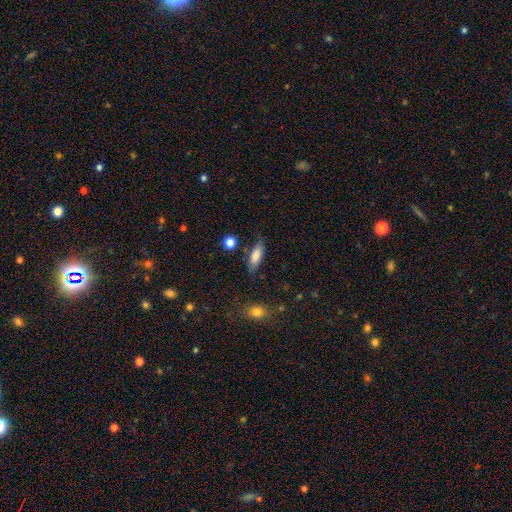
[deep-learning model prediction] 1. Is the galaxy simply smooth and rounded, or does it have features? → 80% smooth, 13% featured or disk, 7% star or artifact.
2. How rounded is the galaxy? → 63% in between, 34% cigar-shaped, 3% round.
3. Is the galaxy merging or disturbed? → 74% none, 18% minor disturbance, 5% major disturbance, 4% merger.